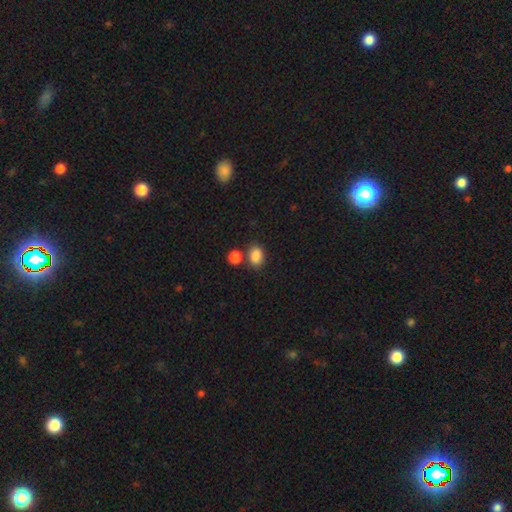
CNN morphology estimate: Q: Smooth or featured?
A: smooth (87%); runner-up: star or artifact (9%)
Q: How rounded?
A: in between (70%); runner-up: round (29%)
Q: Merging?
A: none (68%); runner-up: merger (17%)